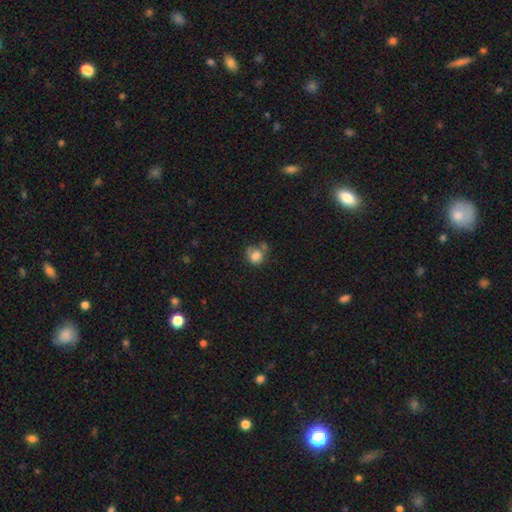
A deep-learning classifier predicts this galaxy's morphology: Overall: smooth (80%). How rounded: round (76%). Merging: none (46%; minor disturbance 23%).